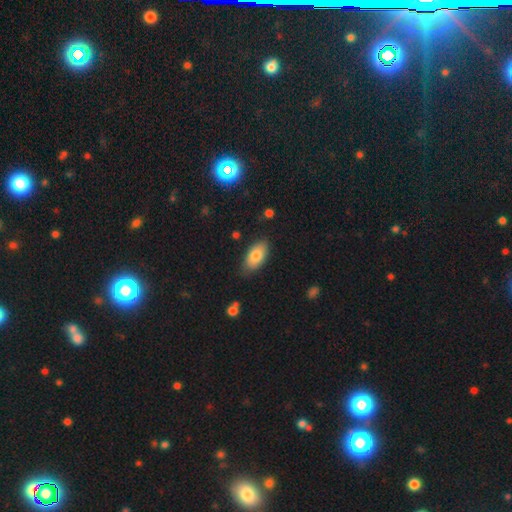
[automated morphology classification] Smooth or featured? Predicted: smooth (p=0.78). How rounded? Predicted: in between (p=0.92). Merging? Predicted: none (p=0.80).